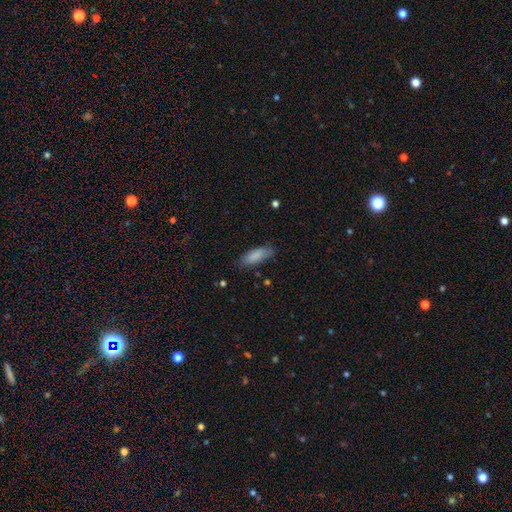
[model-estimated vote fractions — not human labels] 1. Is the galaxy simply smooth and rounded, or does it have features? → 86% smooth, 8% featured or disk, 6% star or artifact.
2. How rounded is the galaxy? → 67% in between, 31% cigar-shaped, 1% round.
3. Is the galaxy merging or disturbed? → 80% none, 16% minor disturbance, 3% major disturbance, 1% merger.